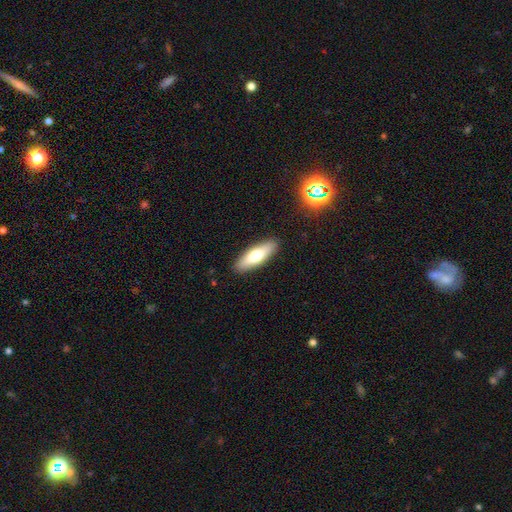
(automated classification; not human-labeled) Overall: smooth (67%). How rounded: in between (52%; cigar-shaped 46%). Merging: none (89%).